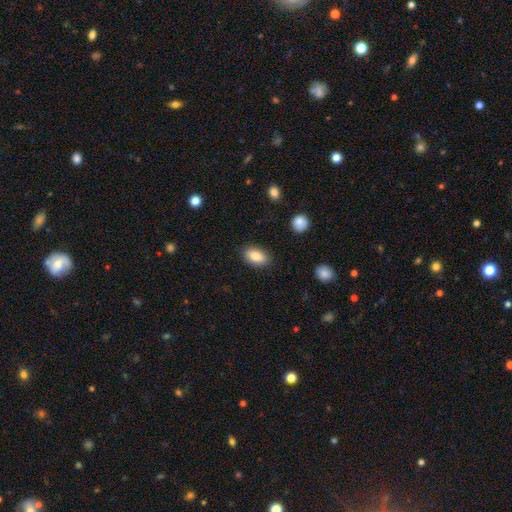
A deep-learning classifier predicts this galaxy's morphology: This appears to be a smooth galaxy with no disk features (84%) that is in between round and cigar-shaped (91%). Merging: none (87%).